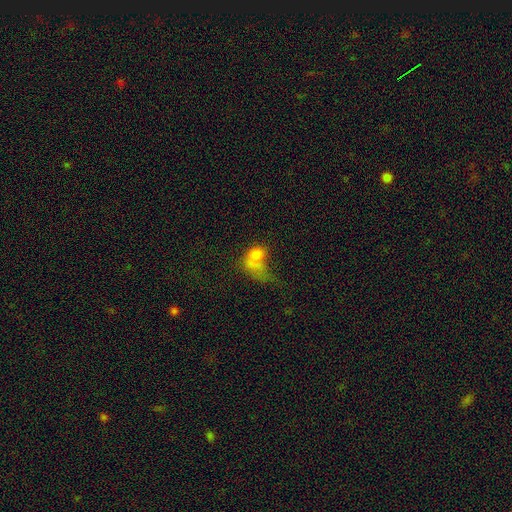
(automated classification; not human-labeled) smooth-or-featured: smooth: 68% | featured or disk: 18% | star or artifact: 13%
  how-rounded: in between: 67% | round: 30% | cigar-shaped: 3%
  merging: merger: 39% | major disturbance: 33% | none: 17% | minor disturbance: 11%